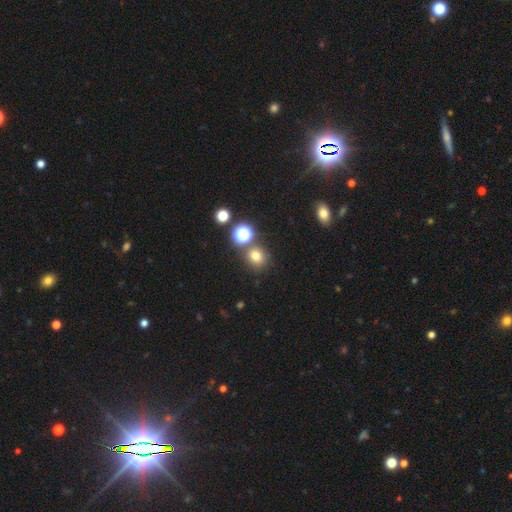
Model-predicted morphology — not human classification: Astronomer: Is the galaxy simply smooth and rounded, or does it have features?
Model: smooth — 72%.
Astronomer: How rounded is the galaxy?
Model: round — 84%.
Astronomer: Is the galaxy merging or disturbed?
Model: none — 75%.